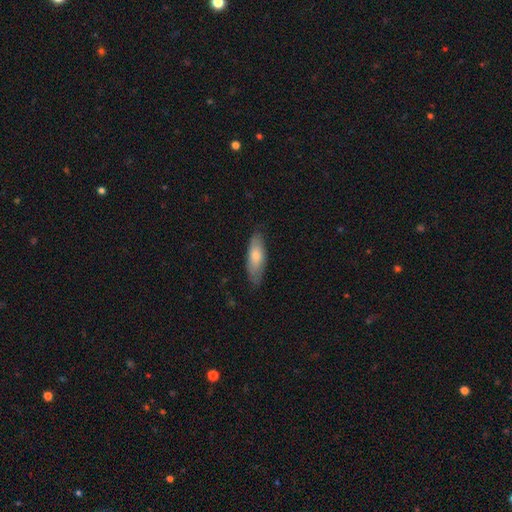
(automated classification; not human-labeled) smooth_or_featured: smooth (p=0.74) [alt: featured or disk p=0.21]
how_rounded: in between (p=0.63) [alt: cigar-shaped p=0.35]
merging: none (p=0.77) [alt: minor disturbance p=0.18]